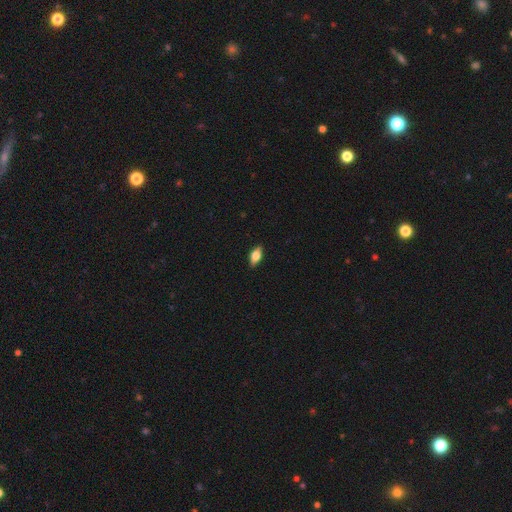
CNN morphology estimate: smooth_or_featured: smooth (p=0.64) [alt: featured or disk p=0.28]
how_rounded: in between (p=0.84) [alt: cigar-shaped p=0.11]
merging: none (p=0.88) [alt: minor disturbance p=0.10]